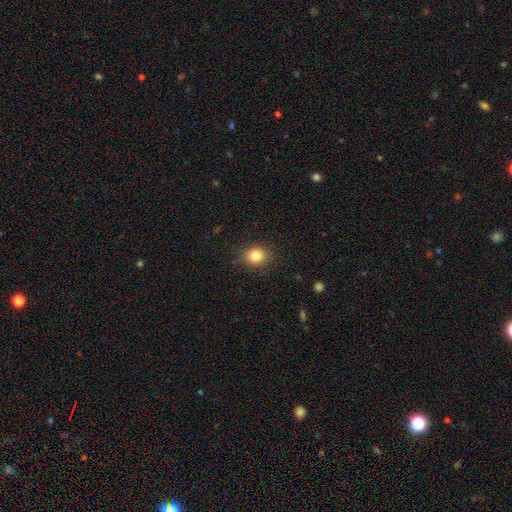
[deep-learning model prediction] smooth_or_featured: smooth (p=0.83) [alt: star or artifact p=0.11]
how_rounded: round (p=0.61) [alt: in between p=0.38]
merging: none (p=0.87) [alt: minor disturbance p=0.09]